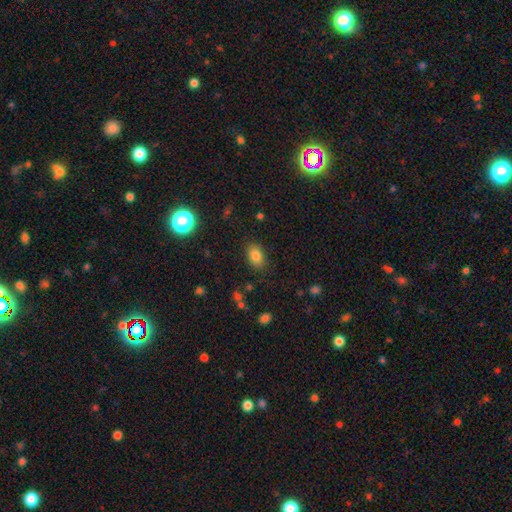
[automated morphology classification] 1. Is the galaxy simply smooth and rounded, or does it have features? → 82% smooth, 11% star or artifact, 7% featured or disk.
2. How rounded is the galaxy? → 83% in between, 15% round, 1% cigar-shaped.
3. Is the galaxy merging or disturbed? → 85% none, 11% minor disturbance, 3% major disturbance, 1% merger.